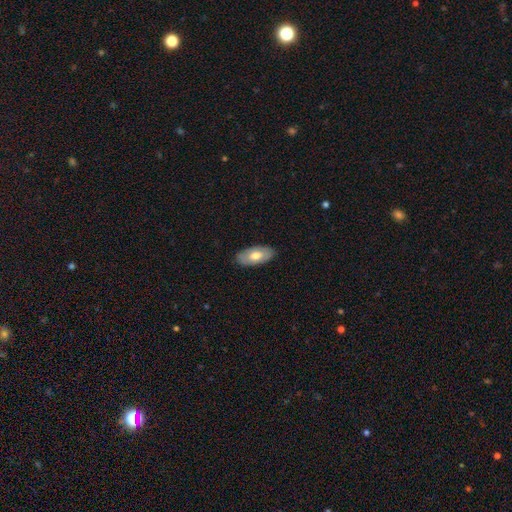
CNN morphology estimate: smooth_or_featured: smooth (p=0.66) [alt: featured or disk p=0.28]
how_rounded: in between (p=0.92) [alt: cigar-shaped p=0.06]
merging: none (p=0.86) [alt: minor disturbance p=0.11]